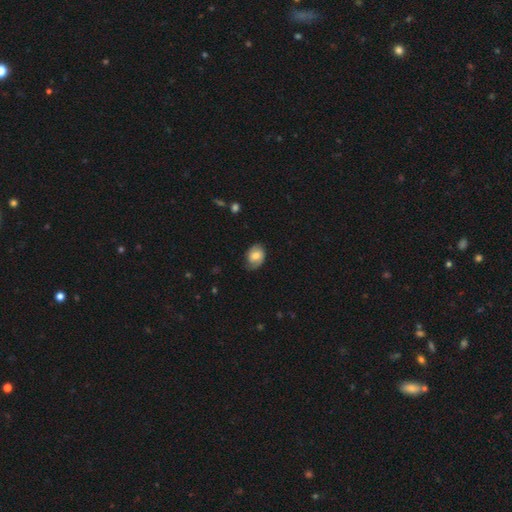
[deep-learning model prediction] Smooth or featured?
  - smooth: 48% *
  - featured or disk: 44%
  - star or artifact: 7%
Merging?
  - none: 70% *
  - minor disturbance: 23%
  - major disturbance: 6%
  - merger: 1%